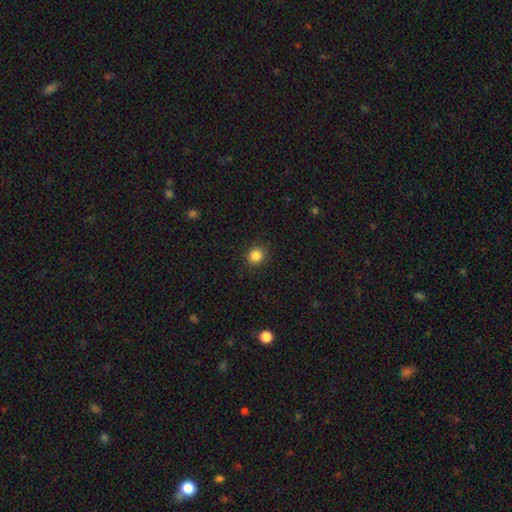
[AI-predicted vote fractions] Morphology: type=smooth (85%); roundness=round (88%); merging=none (90%).